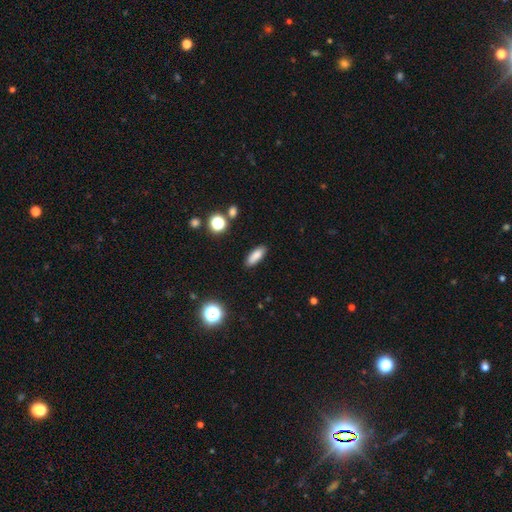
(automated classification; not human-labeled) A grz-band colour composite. It shows a smooth galaxy with no disk features (84%) that is in between round and cigar-shaped (66%). Merging: none (88%).